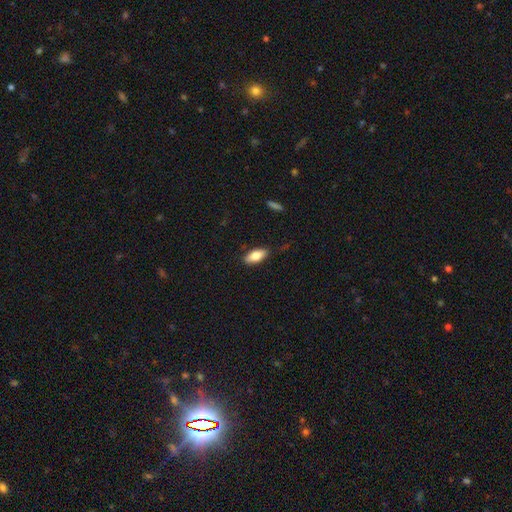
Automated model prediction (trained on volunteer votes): Smooth or featured: smooth — 78% (featured or disk — 15%)
How rounded: in between — 83% (cigar-shaped — 14%)
Merging: none — 85% (minor disturbance — 11%)